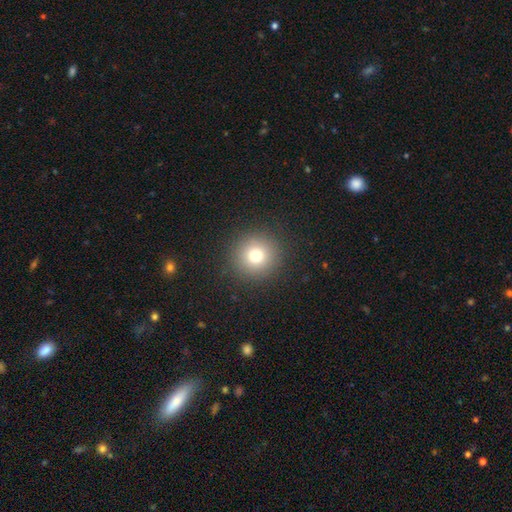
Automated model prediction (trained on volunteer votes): The model was most divided on "smooth or featured": smooth: 76%, star or artifact: 14%, featured or disk: 10%. More confident: how rounded — round (94%); merging — none (91%).